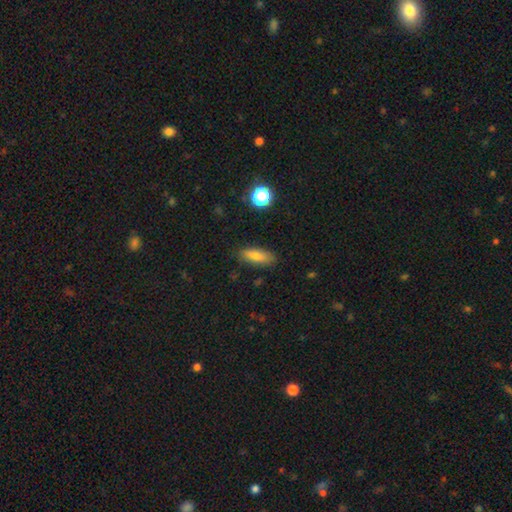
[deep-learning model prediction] Q: Smooth or featured?
A: smooth (79%); runner-up: featured or disk (12%)
Q: How rounded?
A: in between (57%); runner-up: cigar-shaped (39%)
Q: Merging?
A: none (85%); runner-up: minor disturbance (11%)